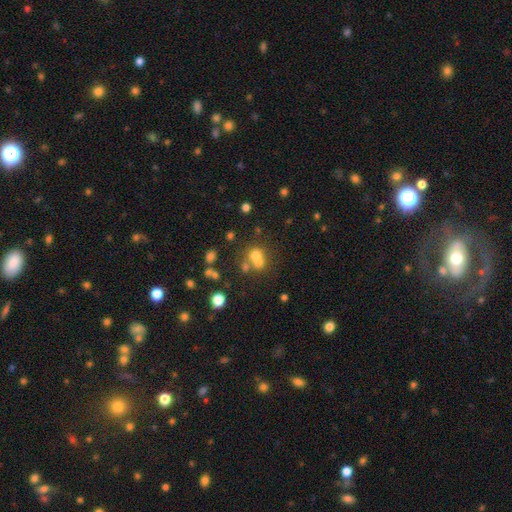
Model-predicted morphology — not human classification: Overall: smooth (62%). How rounded: round (78%). Merging: merger (51%; none 37%).